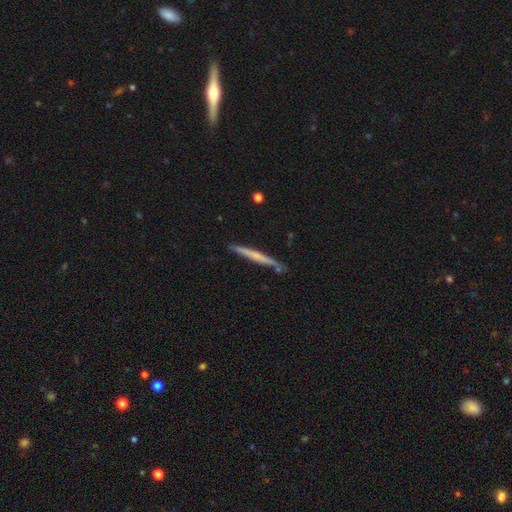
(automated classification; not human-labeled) Q: Smooth or featured?
A: featured or disk (49%); runner-up: smooth (46%)
Q: Merging?
A: none (84%); runner-up: minor disturbance (11%)